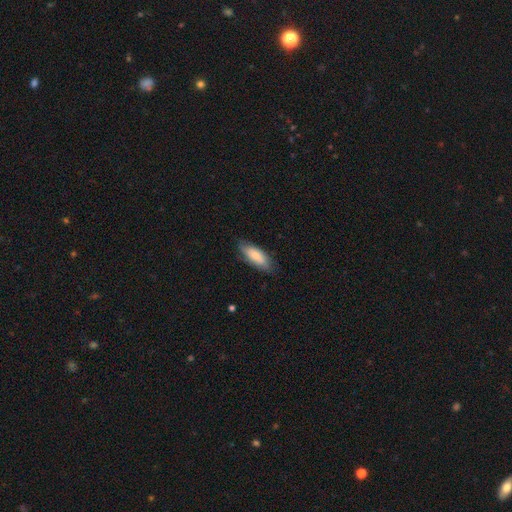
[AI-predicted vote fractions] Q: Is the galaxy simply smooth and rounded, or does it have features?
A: smooth — 73%.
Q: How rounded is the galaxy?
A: in between — 73%.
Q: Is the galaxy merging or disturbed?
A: none — 76%.